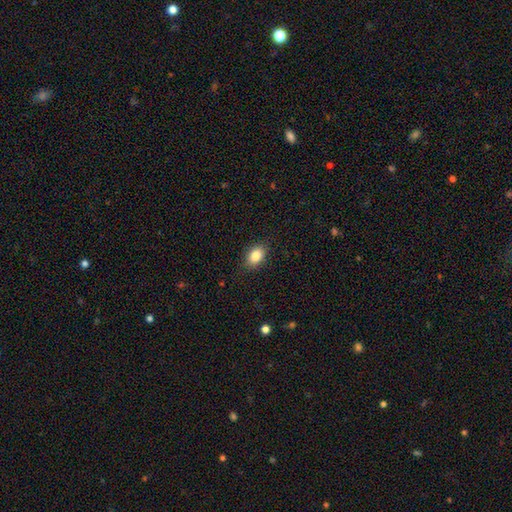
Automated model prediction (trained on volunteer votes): Smooth or featured? smooth (85%)
How rounded? in between (84%)
Merging? none (86%)